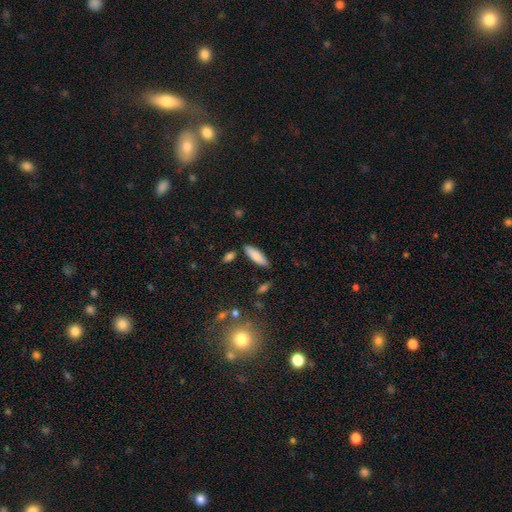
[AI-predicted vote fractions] Morphology: type=smooth (84%); roundness=in between (51%); merging=none (83%).